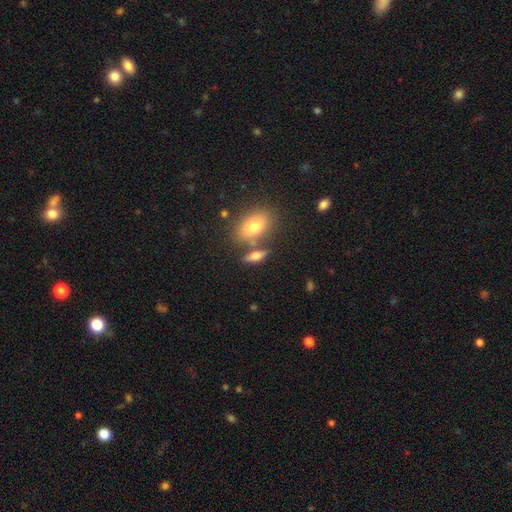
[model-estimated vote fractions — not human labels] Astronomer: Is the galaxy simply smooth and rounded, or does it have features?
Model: smooth — 58%.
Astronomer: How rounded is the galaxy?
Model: in between — 60%.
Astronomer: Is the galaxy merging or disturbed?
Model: none — 66%.